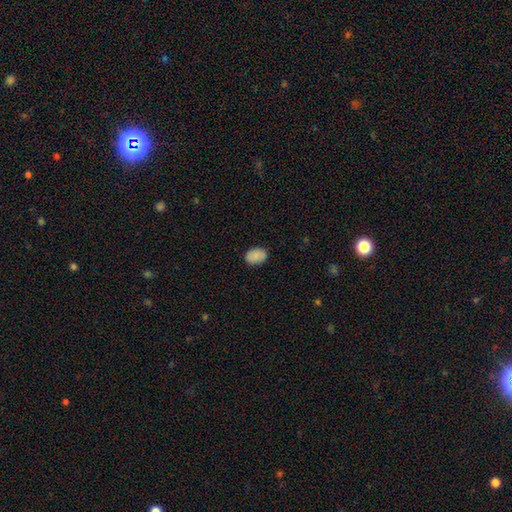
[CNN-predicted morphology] smooth-or-featured: smooth: 88% | star or artifact: 7% | featured or disk: 4%
  how-rounded: in between: 75% | round: 24% | cigar-shaped: 1%
  merging: none: 87% | minor disturbance: 10% | major disturbance: 2% | merger: 1%